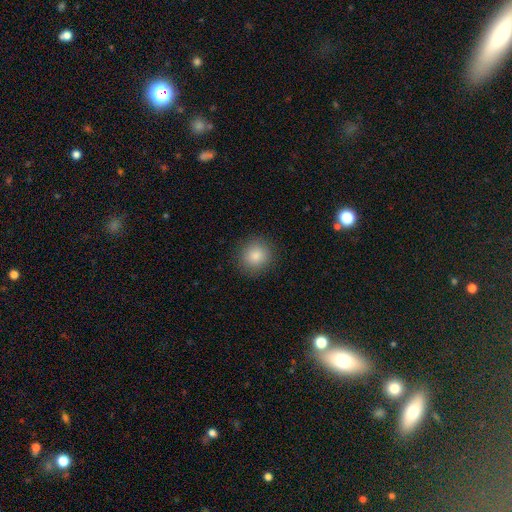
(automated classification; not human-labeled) A smooth galaxy with no disk features (86%) that is round (89%).

Vote fractions:
- Smooth or featured? smooth: 86% / star or artifact: 9% / featured or disk: 5%
- How rounded? round: 89% / in between: 10% / cigar-shaped: 1%
- Merging? none: 90% / minor disturbance: 7% / major disturbance: 2% / merger: 1%